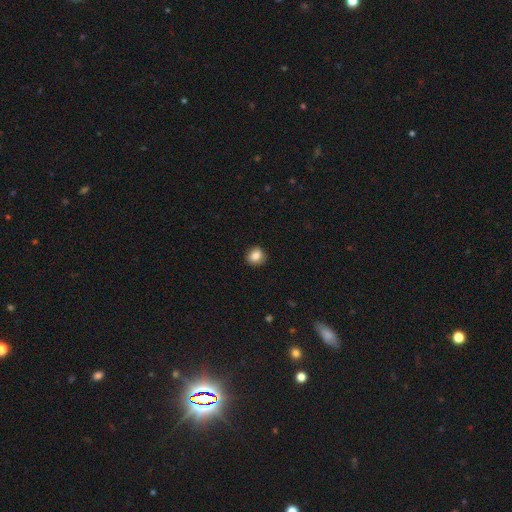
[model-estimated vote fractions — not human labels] Smooth or featured? Predicted: smooth (p=0.85). How rounded? Predicted: round (p=0.77). Merging? Predicted: none (p=0.88).